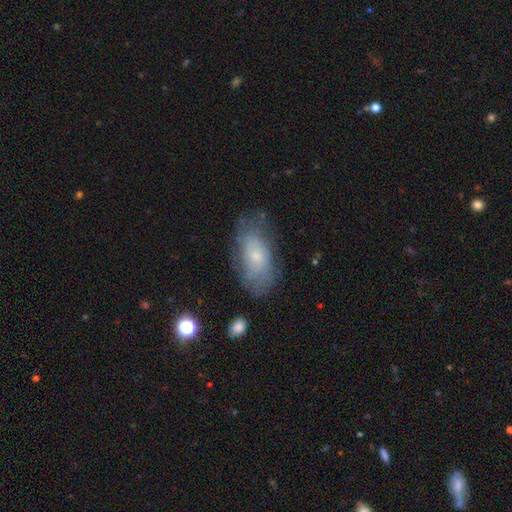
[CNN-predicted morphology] smooth_or_featured: smooth (p=0.50) [alt: featured or disk p=0.41]
how_rounded: in between (p=0.89) [alt: cigar-shaped p=0.06]
merging: none (p=0.67) [alt: minor disturbance p=0.22]